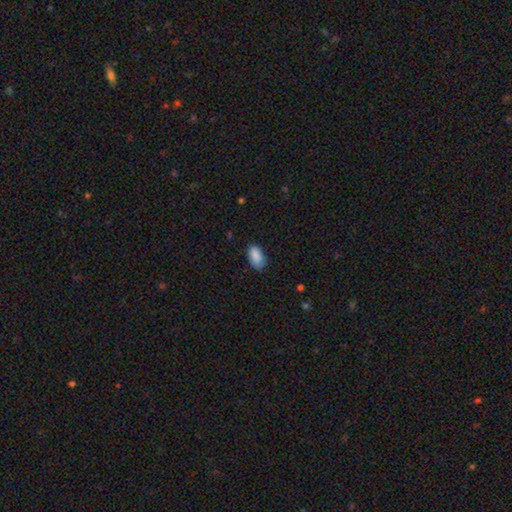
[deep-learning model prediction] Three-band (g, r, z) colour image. It shows a smooth galaxy with no disk features (89%) that is in between round and cigar-shaped (94%). Merging: none (77%).